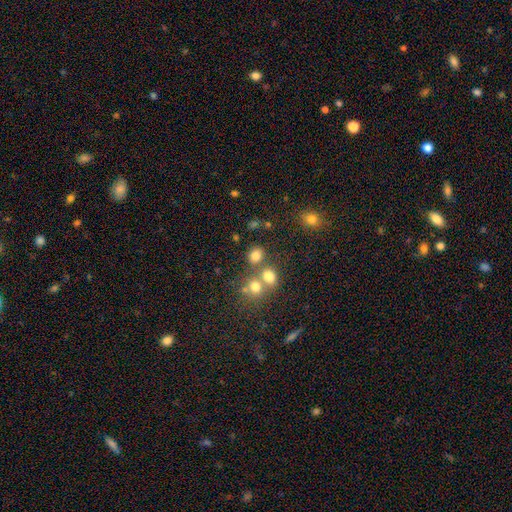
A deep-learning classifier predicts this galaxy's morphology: type=smooth (75%); roundness=round (72%); merging=none (59%).